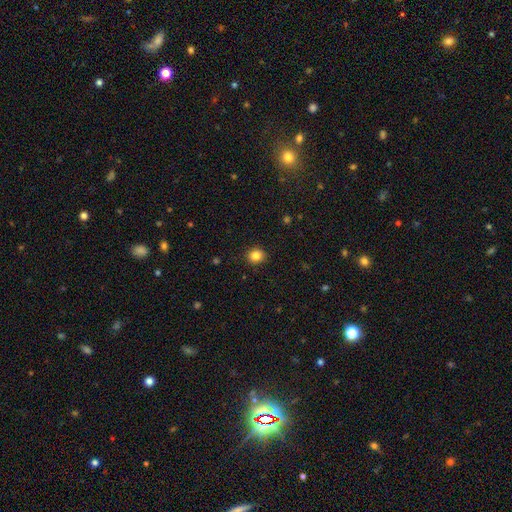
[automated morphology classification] Smooth or featured? Predicted: smooth (p=0.84). How rounded? Predicted: round (p=0.81). Merging? Predicted: none (p=0.90).